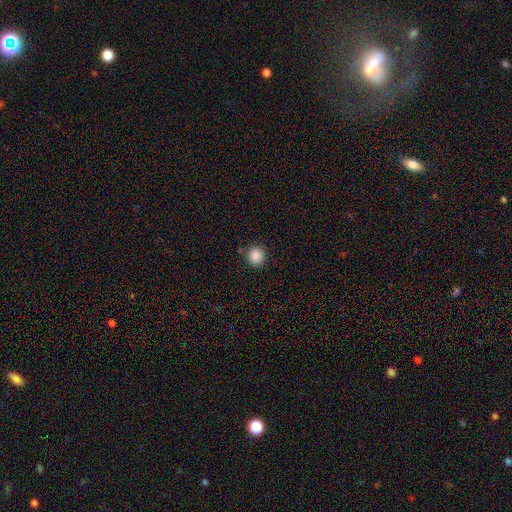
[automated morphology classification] smooth 88%, star or artifact 10%, featured or disk 3%. Down the decision tree: how rounded — round (91%); merging — none (86%).